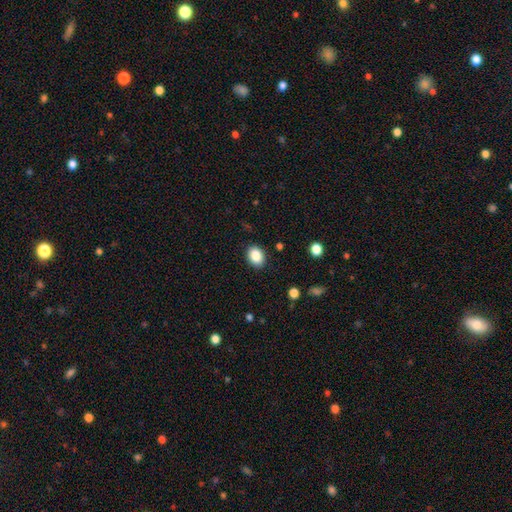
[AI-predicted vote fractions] smooth-or-featured: smooth: 86% | star or artifact: 9% | featured or disk: 5%
  how-rounded: in between: 58% | round: 41% | cigar-shaped: 1%
  merging: none: 89% | minor disturbance: 8% | major disturbance: 2% | merger: 1%